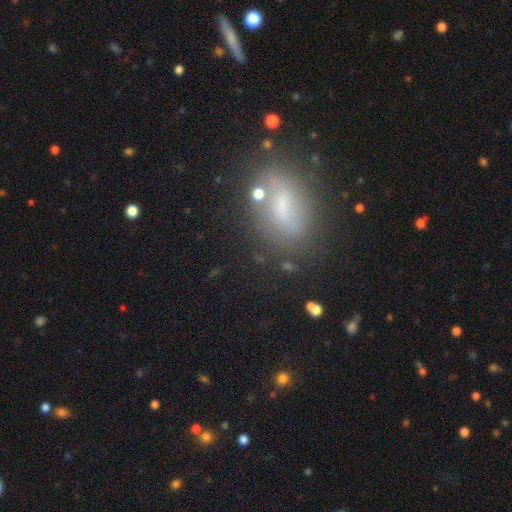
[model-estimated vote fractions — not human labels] Overall: smooth (44%; featured or disk 34%). Merging: none (70%).